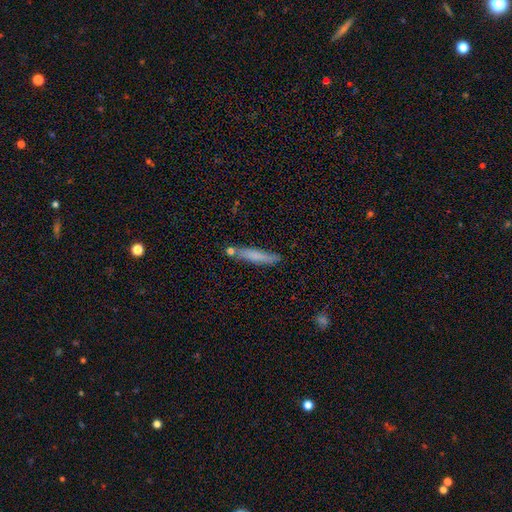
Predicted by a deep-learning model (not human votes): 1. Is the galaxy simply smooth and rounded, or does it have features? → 70% smooth, 22% featured or disk, 7% star or artifact.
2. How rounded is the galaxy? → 91% cigar-shaped, 7% in between, 2% round.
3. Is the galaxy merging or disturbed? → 75% none, 14% minor disturbance, 8% merger, 3% major disturbance.